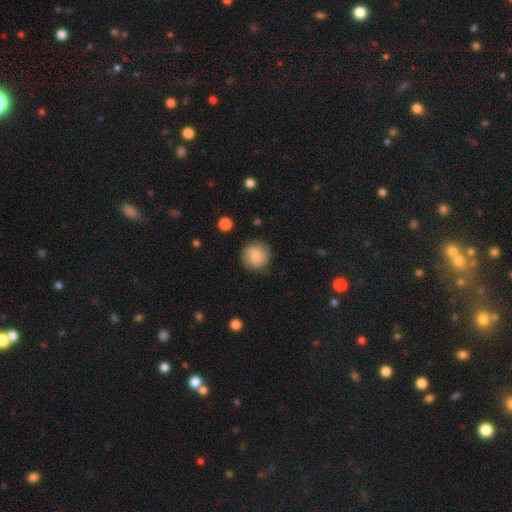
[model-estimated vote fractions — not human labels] Smooth or featured? smooth (78%)
How rounded? round (93%)
Merging? none (84%)